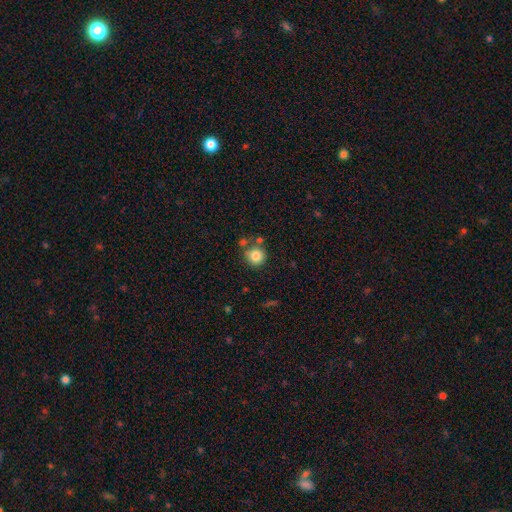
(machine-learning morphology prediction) Q: Smooth or featured?
A: smooth (83%); runner-up: star or artifact (10%)
Q: How rounded?
A: round (93%); runner-up: in between (6%)
Q: Merging?
A: none (71%); runner-up: merger (13%)